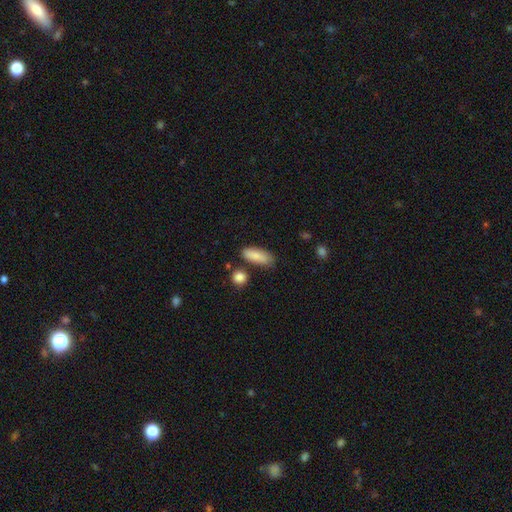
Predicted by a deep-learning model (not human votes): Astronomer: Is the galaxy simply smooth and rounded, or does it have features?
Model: smooth — 86%.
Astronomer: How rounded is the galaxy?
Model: in between — 73%.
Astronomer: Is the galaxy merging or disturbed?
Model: none — 73%.